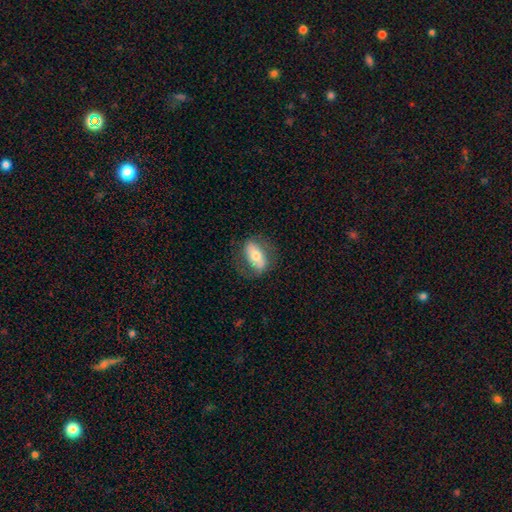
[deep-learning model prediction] Q: Smooth or featured?
A: smooth (54%); runner-up: featured or disk (40%)
Q: How rounded?
A: in between (85%); runner-up: cigar-shaped (9%)
Q: Merging?
A: none (72%); runner-up: minor disturbance (18%)